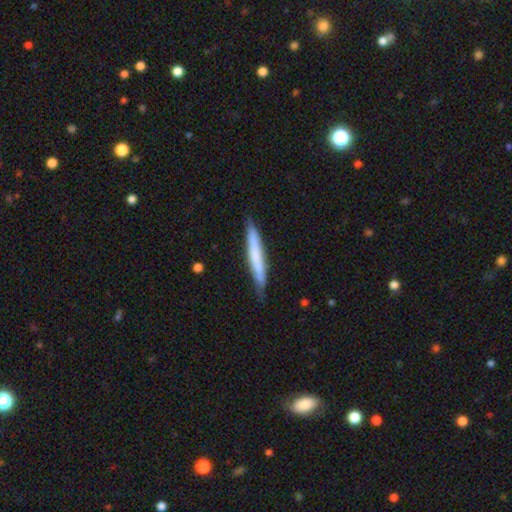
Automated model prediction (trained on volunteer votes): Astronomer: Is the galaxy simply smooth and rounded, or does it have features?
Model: smooth — 62%.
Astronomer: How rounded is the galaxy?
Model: cigar-shaped — 95%.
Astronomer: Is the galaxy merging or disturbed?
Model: none — 80%.